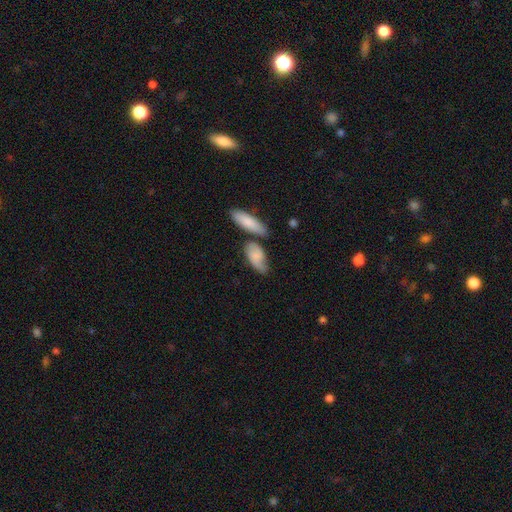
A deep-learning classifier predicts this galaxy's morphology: type=smooth (66%); roundness=in between (83%); merging=none (50%).